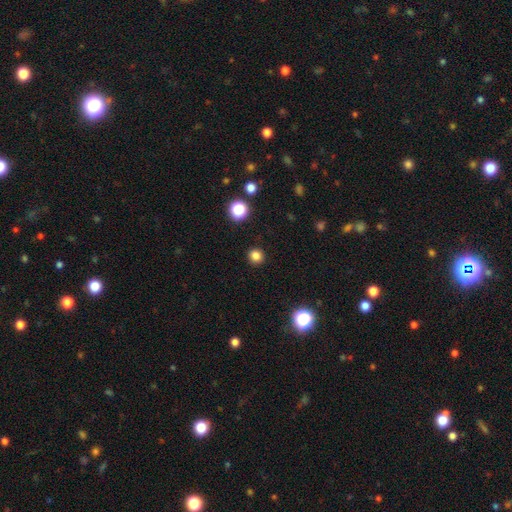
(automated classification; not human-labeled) smooth-or-featured: smooth: 82% | star or artifact: 14% | featured or disk: 4%
  how-rounded: round: 91% | in between: 8% | cigar-shaped: 1%
  merging: none: 92% | minor disturbance: 5% | major disturbance: 2% | merger: 1%